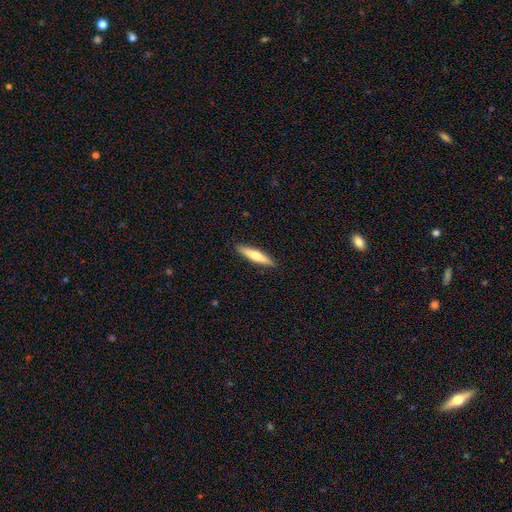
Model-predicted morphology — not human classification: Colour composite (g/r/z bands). It shows a smooth galaxy with no disk features (58%) that is cigar-shaped (86%). Merging: none (90%).